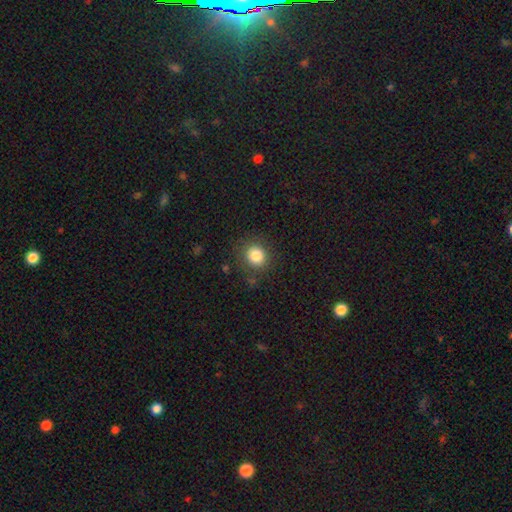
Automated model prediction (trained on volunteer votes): smooth-or-featured: smooth: 83% | star or artifact: 11% | featured or disk: 6%
  how-rounded: round: 84% | in between: 15% | cigar-shaped: 1%
  merging: none: 85% | minor disturbance: 10% | major disturbance: 4% | merger: 2%